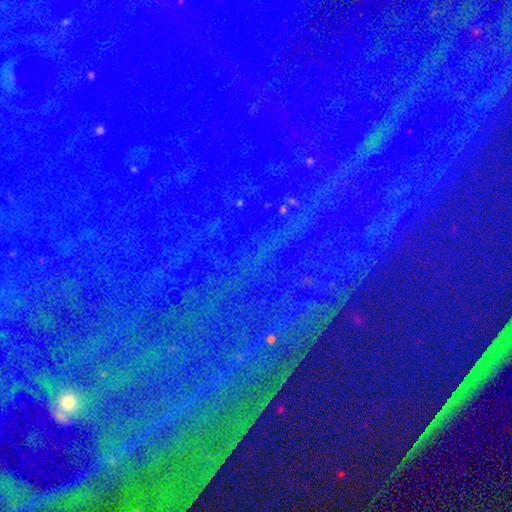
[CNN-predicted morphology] The model was most divided on "smooth or featured": star or artifact: 86%, featured or disk: 7%, smooth: 7%.